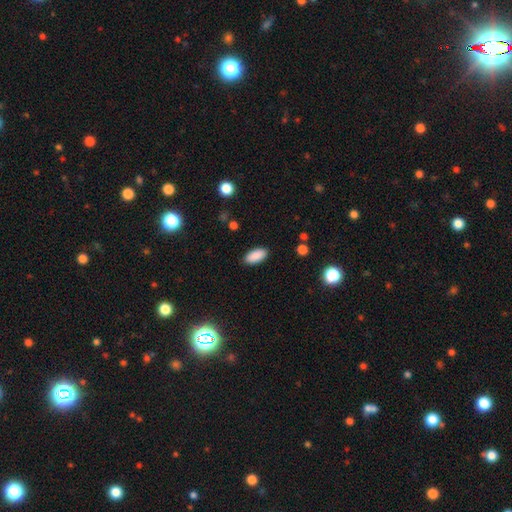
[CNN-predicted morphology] Smooth or featured?
  - smooth: 89% *
  - star or artifact: 7%
  - featured or disk: 4%
How rounded?
  - in between: 91% *
  - cigar-shaped: 7%
  - round: 2%
Merging?
  - none: 89% *
  - minor disturbance: 8%
  - major disturbance: 2%
  - merger: 1%